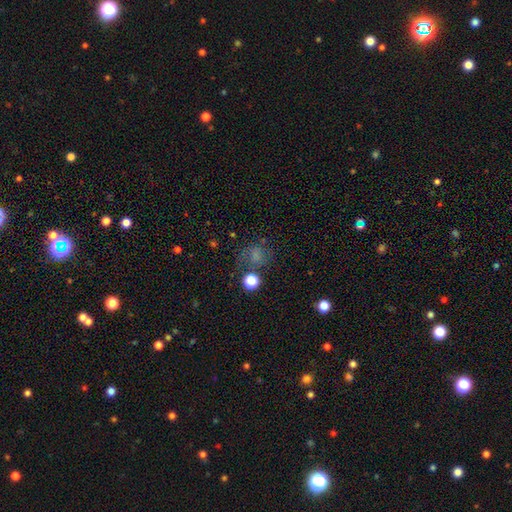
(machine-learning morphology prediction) A smooth galaxy with no disk features (64%) that is round (69%). Merging: none (53%).